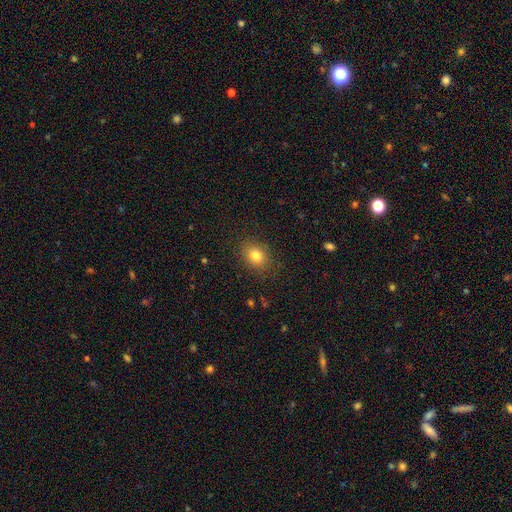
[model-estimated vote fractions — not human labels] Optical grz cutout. It shows a smooth galaxy with no disk features (81%) that is in between round and cigar-shaped (52%). Merging: none (85%).